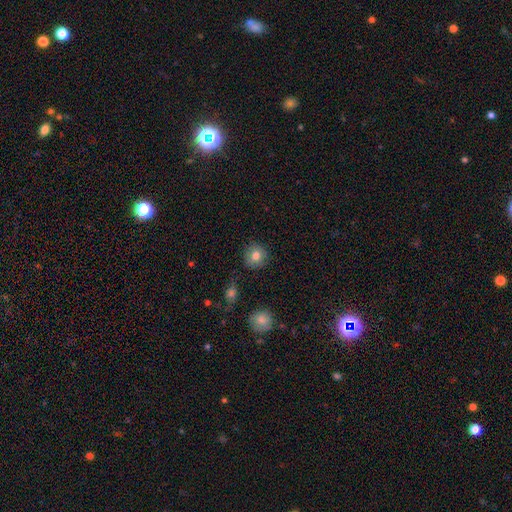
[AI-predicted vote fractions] This appears to be a smooth galaxy with no disk features (81%) that is round (91%). Merging: none (87%).